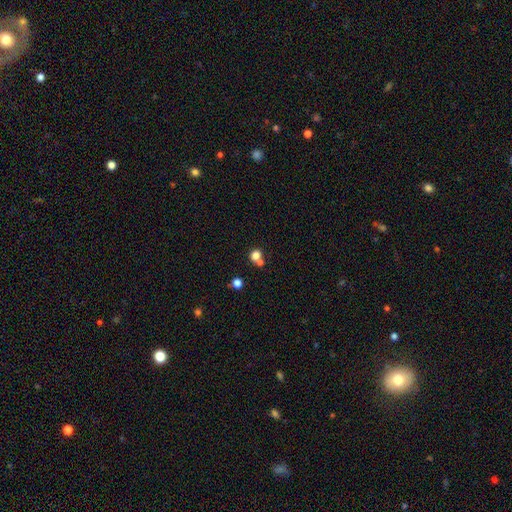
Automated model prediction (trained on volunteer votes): smooth-or-featured: smooth: 76% | star or artifact: 16% | featured or disk: 8%
  how-rounded: round: 82% | in between: 16% | cigar-shaped: 1%
  merging: none: 54% | merger: 35% | minor disturbance: 7% | major disturbance: 4%